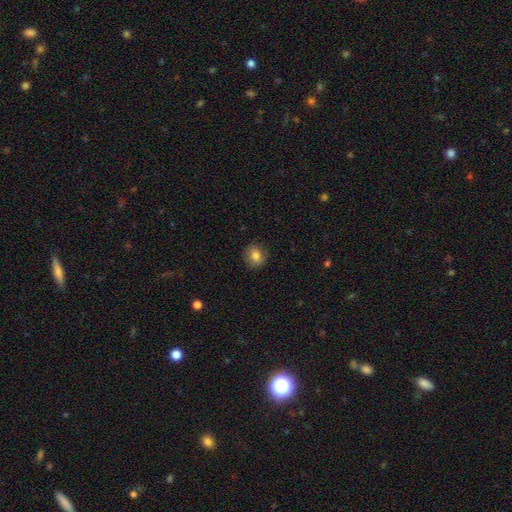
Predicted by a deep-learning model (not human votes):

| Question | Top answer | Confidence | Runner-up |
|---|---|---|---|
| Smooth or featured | smooth | 82% | star or artifact (10%) |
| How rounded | round | 78% | in between (21%) |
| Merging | none | 86% | minor disturbance (10%) |